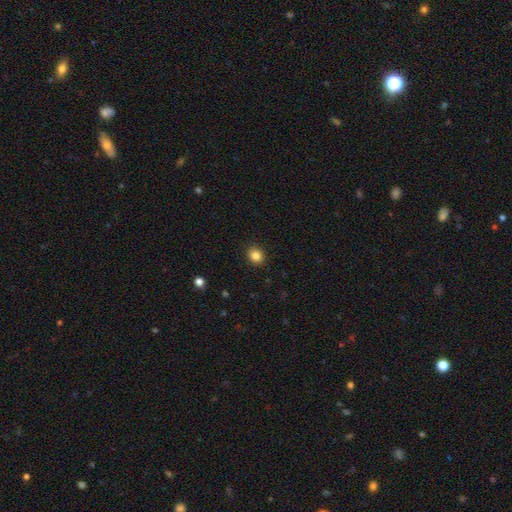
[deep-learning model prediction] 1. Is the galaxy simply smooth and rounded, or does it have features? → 84% smooth, 11% star or artifact, 5% featured or disk.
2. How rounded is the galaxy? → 75% round, 24% in between, 1% cigar-shaped.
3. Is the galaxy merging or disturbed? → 91% none, 6% minor disturbance, 2% major disturbance, 1% merger.